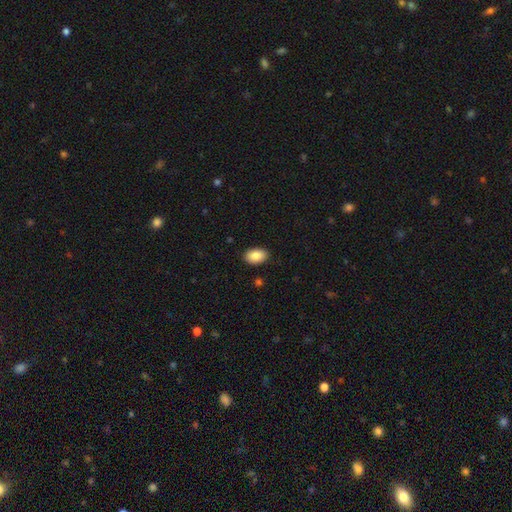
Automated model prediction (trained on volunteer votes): Smooth or featured: smooth — 87% (star or artifact — 7%)
How rounded: in between — 90% (round — 9%)
Merging: none — 89% (minor disturbance — 8%)